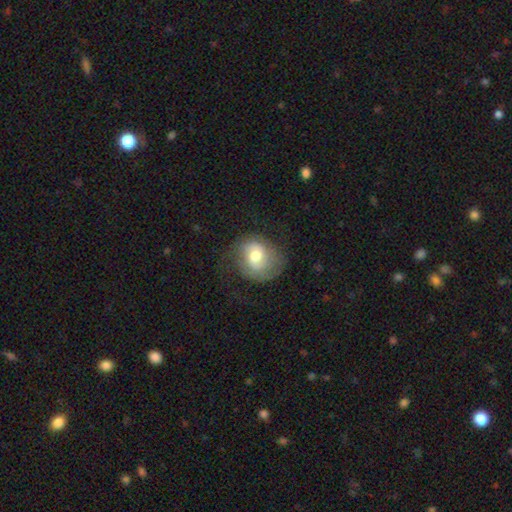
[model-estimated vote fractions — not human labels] Smooth or featured?
  - featured or disk: 51% *
  - smooth: 41%
  - star or artifact: 8%
Edge-on disk?
  - no: 97% *
  - yes: 3%
Merging?
  - none: 60% *
  - minor disturbance: 22%
  - major disturbance: 16%
  - merger: 1%